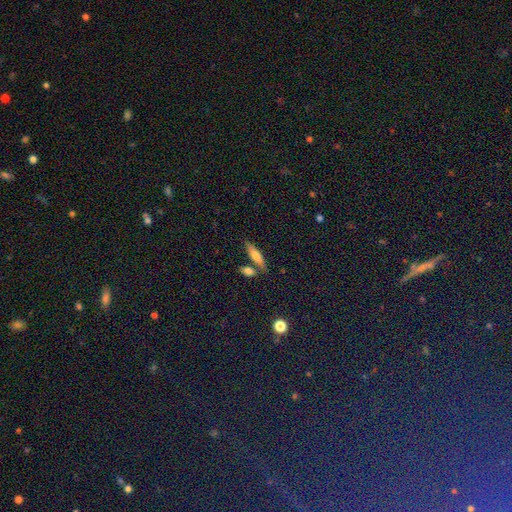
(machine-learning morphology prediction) This appears to be a smooth galaxy with no disk features (65%) that is cigar-shaped (66%). Merging: none (69%).